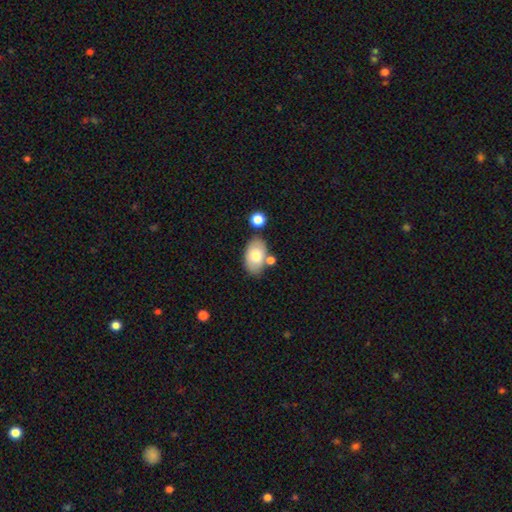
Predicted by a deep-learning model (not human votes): A smooth galaxy with no disk features (74%) that is in between round and cigar-shaped (91%).

Vote fractions:
- Smooth or featured? smooth: 74% / featured or disk: 19% / star or artifact: 7%
- How rounded? in between: 91% / round: 8% / cigar-shaped: 1%
- Merging? none: 72% / minor disturbance: 14% / merger: 11% / major disturbance: 3%